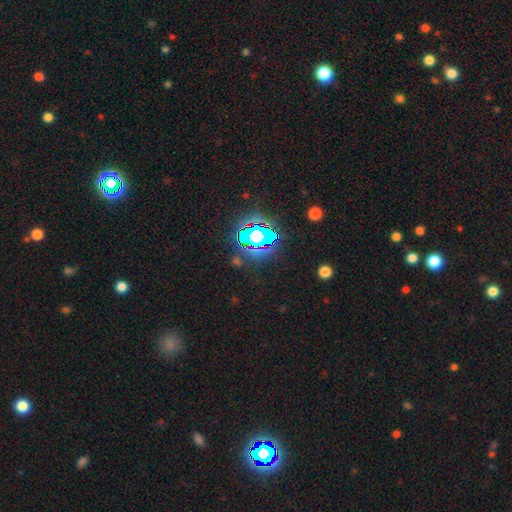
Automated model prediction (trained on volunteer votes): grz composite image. It shows a star or artifact, not a galaxy (83%).